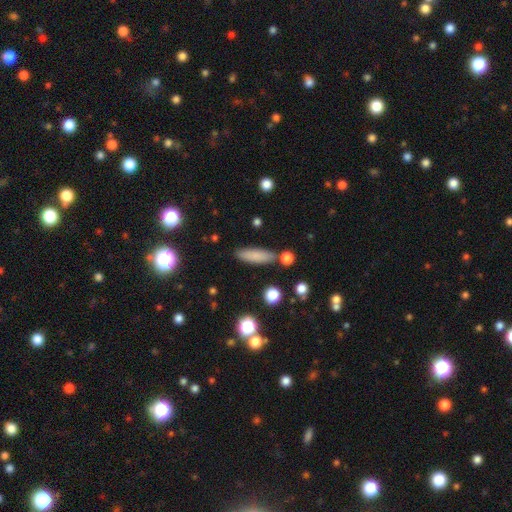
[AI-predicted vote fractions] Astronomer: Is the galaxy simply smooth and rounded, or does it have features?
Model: smooth — 79%.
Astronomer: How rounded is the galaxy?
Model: cigar-shaped — 64%.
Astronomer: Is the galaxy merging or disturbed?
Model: none — 82%.